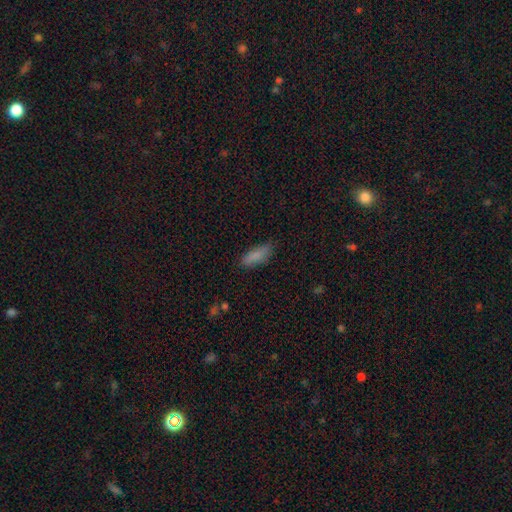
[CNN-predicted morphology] Smooth or featured?
  - smooth: 85% *
  - star or artifact: 8%
  - featured or disk: 7%
How rounded?
  - in between: 64% *
  - cigar-shaped: 34%
  - round: 2%
Merging?
  - none: 76% *
  - minor disturbance: 19%
  - major disturbance: 4%
  - merger: 2%